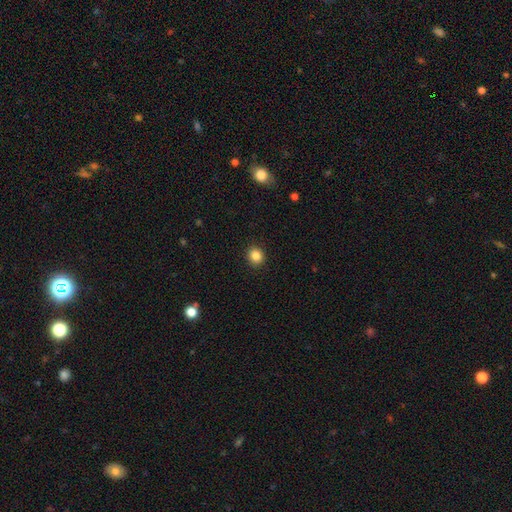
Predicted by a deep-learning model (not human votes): The model was most divided on "how rounded": round: 84%, in between: 15%, cigar-shaped: 1%. More confident: merging — none (91%); smooth or featured — smooth (85%).